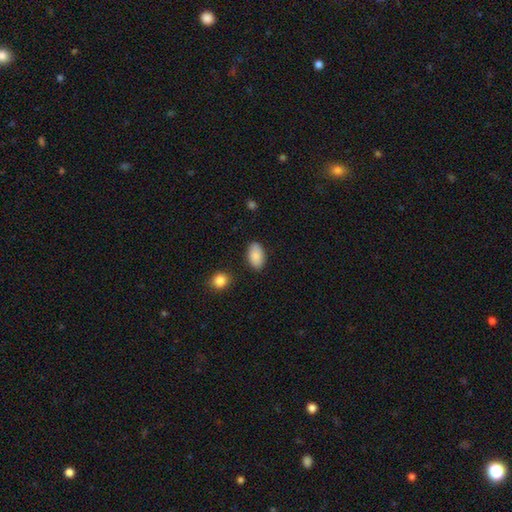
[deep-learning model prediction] smooth-or-featured: smooth: 89% | star or artifact: 6% | featured or disk: 4%
  how-rounded: in between: 94% | round: 5% | cigar-shaped: 2%
  merging: none: 86% | minor disturbance: 10% | major disturbance: 2% | merger: 2%